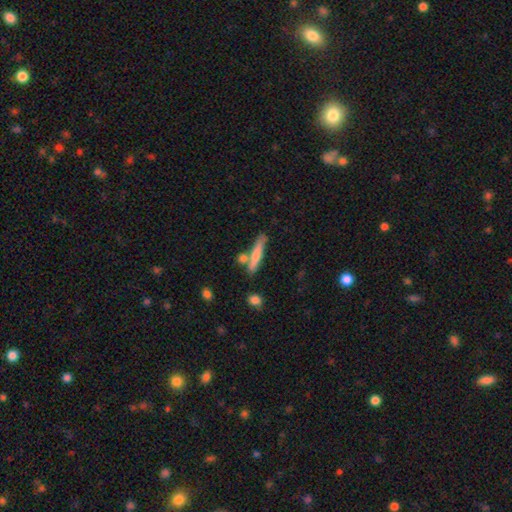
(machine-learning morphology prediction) Smooth or featured? Predicted: smooth (p=0.67). How rounded? Predicted: cigar-shaped (p=0.90). Merging? Predicted: none (p=0.69).